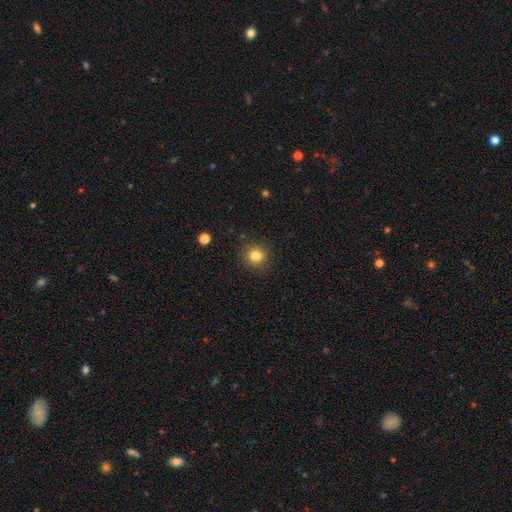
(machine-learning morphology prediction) A smooth galaxy with no disk features (83%) that is round (93%). Merging: none (90%).